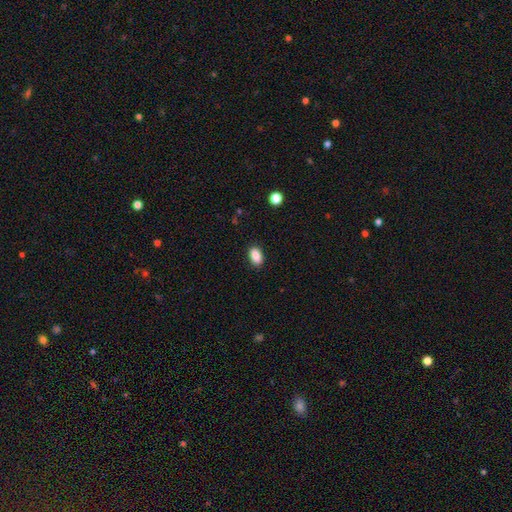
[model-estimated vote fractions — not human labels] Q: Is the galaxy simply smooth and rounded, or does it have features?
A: smooth — 88%.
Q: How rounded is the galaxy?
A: in between — 91%.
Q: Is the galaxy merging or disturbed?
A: none — 87%.